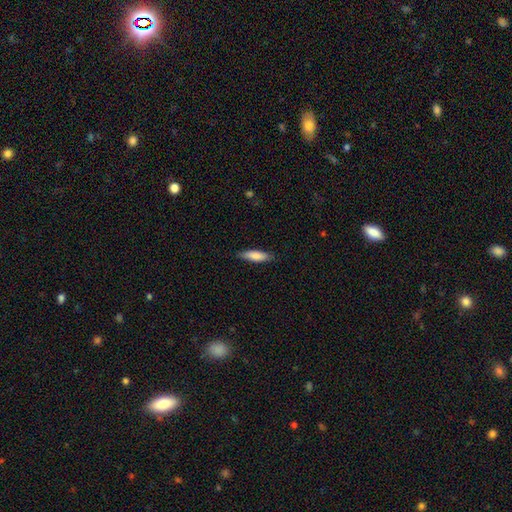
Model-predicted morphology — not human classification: smooth-or-featured: smooth: 82% | featured or disk: 12% | star or artifact: 6%
  how-rounded: cigar-shaped: 60% | in between: 39% | round: 2%
  merging: none: 85% | minor disturbance: 12% | major disturbance: 2% | merger: 1%